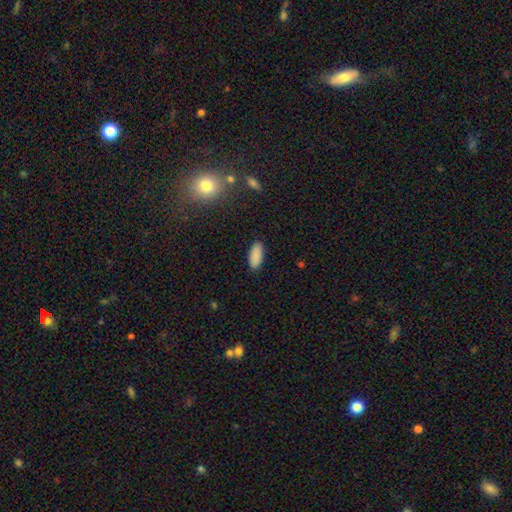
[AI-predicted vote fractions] Smooth or featured: smooth — 89% (star or artifact — 7%)
How rounded: in between — 84% (cigar-shaped — 14%)
Merging: none — 88% (minor disturbance — 9%)